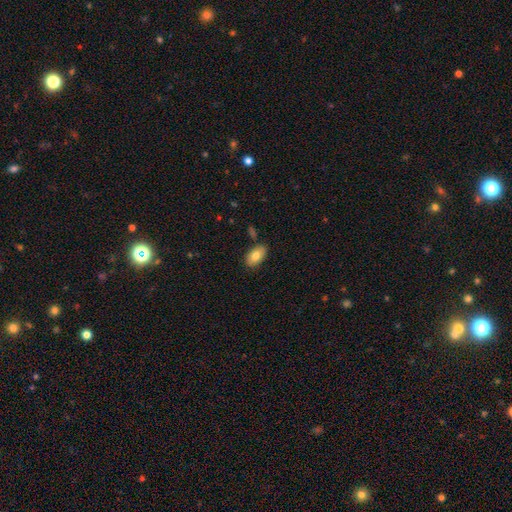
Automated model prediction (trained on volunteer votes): smooth 79%, featured or disk 14%, star or artifact 7%. Down the decision tree: how rounded — in between (93%); merging — none (82%).